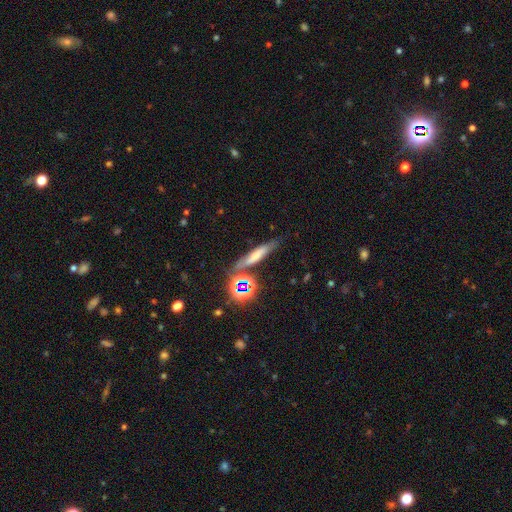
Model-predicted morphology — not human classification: A smooth galaxy with no disk features (55%) that is cigar-shaped (78%).

Vote fractions:
- Smooth or featured? smooth: 55% / featured or disk: 25% / star or artifact: 20%
- How rounded? cigar-shaped: 78% / in between: 14% / round: 8%
- Merging? none: 69% / minor disturbance: 15% / merger: 10% / major disturbance: 6%